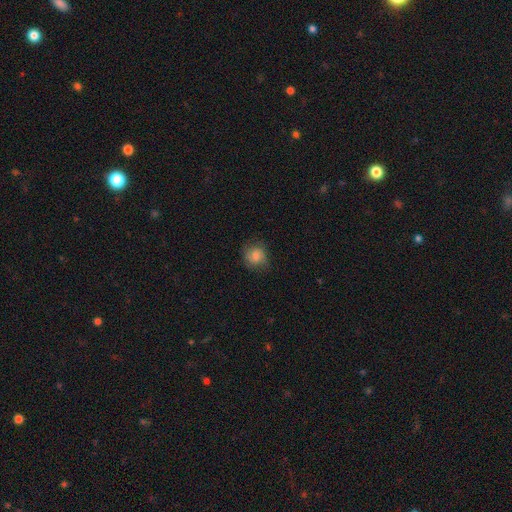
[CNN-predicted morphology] This appears to be a smooth galaxy with no disk features (72%) that is round (79%). Merging: none (71%).